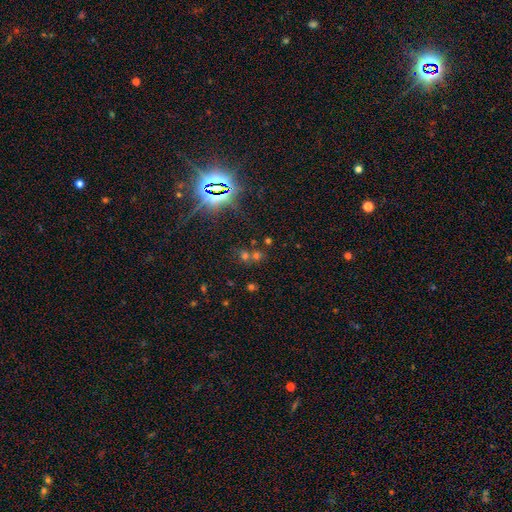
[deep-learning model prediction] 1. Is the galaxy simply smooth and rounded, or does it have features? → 66% star or artifact, 24% smooth, 10% featured or disk.